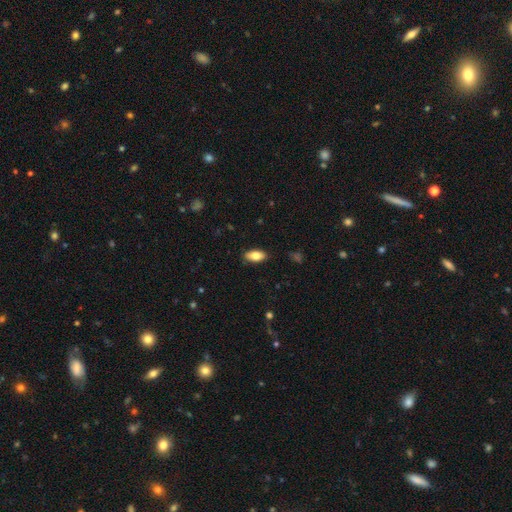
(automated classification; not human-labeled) This appears to be a smooth galaxy with no disk features (81%) that is in between round and cigar-shaped (90%). Merging: none (87%).